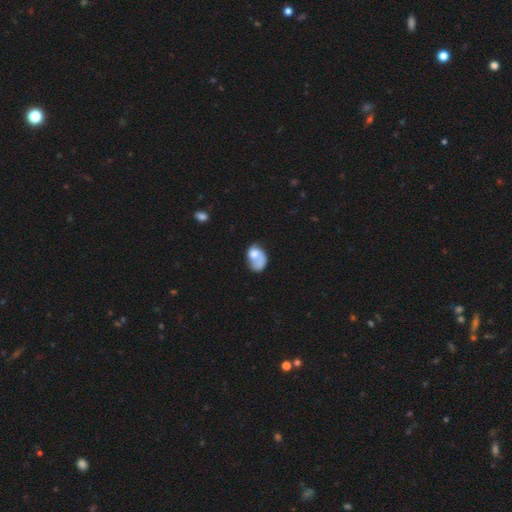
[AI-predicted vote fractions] Morphology: type=smooth (60%); roundness=in between (78%); merging=major disturbance (28%).